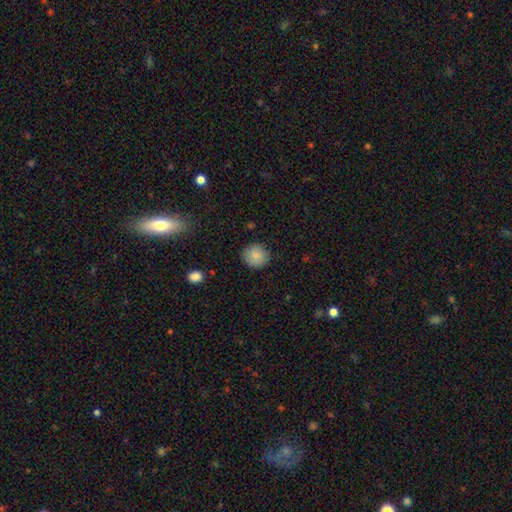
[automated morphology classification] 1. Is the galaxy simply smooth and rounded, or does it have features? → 87% smooth, 8% star or artifact, 5% featured or disk.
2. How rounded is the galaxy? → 89% round, 10% in between, 1% cigar-shaped.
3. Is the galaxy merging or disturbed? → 86% none, 10% minor disturbance, 2% major disturbance, 1% merger.